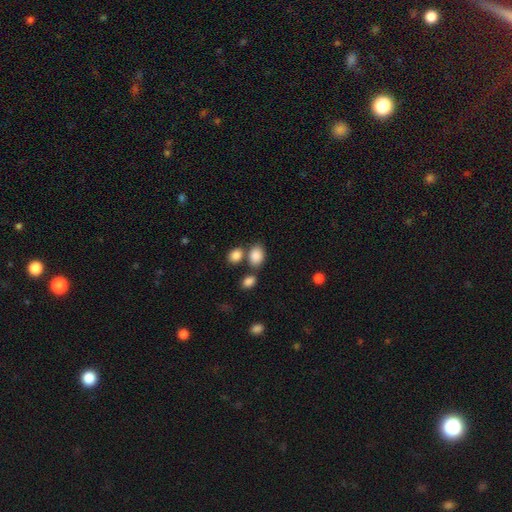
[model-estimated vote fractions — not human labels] A smooth galaxy with no disk features (86%) that is in between round and cigar-shaped (75%). Merging: none (59%).